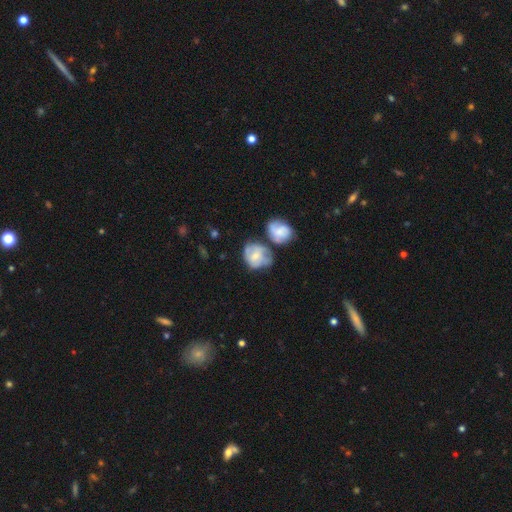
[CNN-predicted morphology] This appears to be a smooth galaxy with no disk features (49%). Merging: merger (32%).